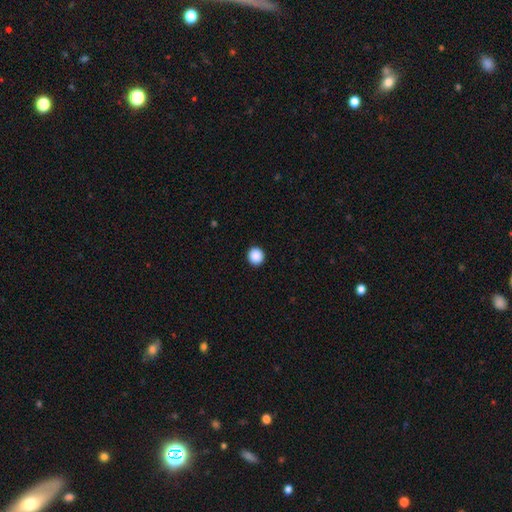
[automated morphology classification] Smooth or featured? Predicted: smooth (p=0.89). How rounded? Predicted: round (p=0.92). Merging? Predicted: none (p=0.93).